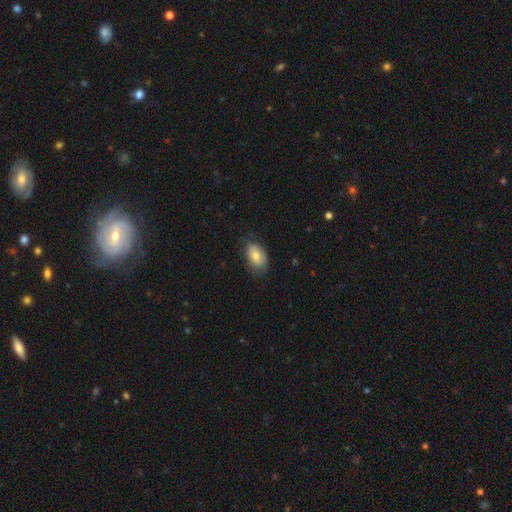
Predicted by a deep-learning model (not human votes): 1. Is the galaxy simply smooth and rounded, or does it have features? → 76% smooth, 17% featured or disk, 7% star or artifact.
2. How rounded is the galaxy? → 89% in between, 10% round, 1% cigar-shaped.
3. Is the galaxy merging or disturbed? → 69% none, 24% minor disturbance, 6% major disturbance, 1% merger.